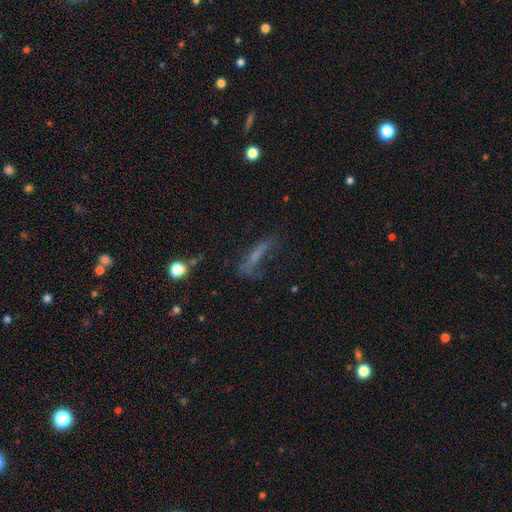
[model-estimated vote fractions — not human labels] The model was most divided on "smooth or featured": smooth: 48%, featured or disk: 34%, star or artifact: 17%. Remaining: merging — none (46%).